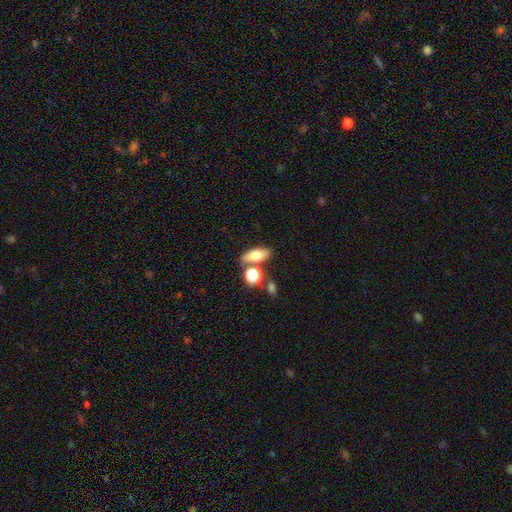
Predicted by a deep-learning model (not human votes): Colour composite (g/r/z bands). It shows a smooth galaxy with no disk features (70%) that is in between round and cigar-shaped (75%). Merging: none (68%).